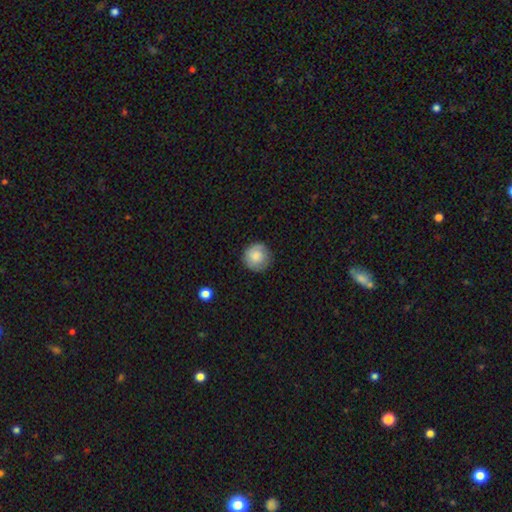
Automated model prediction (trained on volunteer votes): smooth-or-featured: smooth: 80% | featured or disk: 13% | star or artifact: 8%
  how-rounded: round: 94% | in between: 6% | cigar-shaped: 1%
  merging: none: 83% | minor disturbance: 13% | major disturbance: 3% | merger: 1%